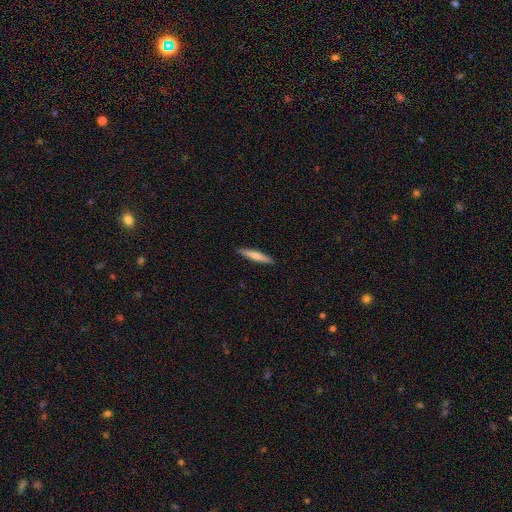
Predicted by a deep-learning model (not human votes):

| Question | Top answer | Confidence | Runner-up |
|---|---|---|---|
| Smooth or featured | smooth | 66% | featured or disk (29%) |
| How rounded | cigar-shaped | 92% | in between (7%) |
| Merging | none | 91% | minor disturbance (6%) |